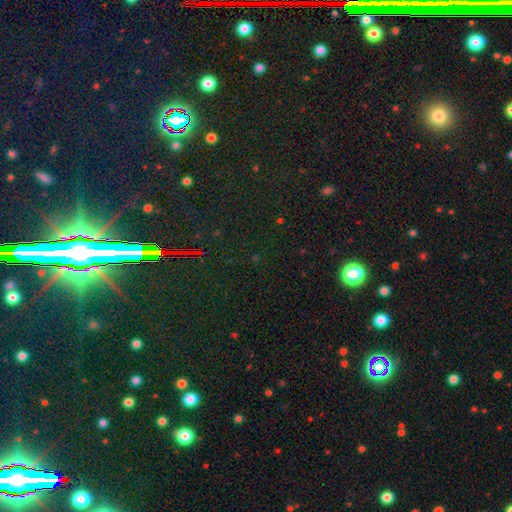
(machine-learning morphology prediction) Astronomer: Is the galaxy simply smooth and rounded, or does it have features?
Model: star or artifact — 81%.